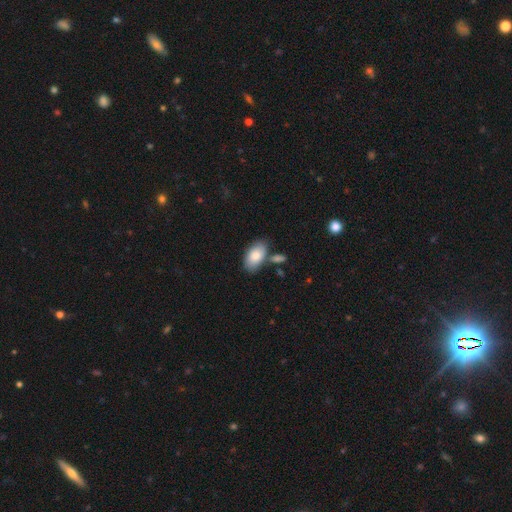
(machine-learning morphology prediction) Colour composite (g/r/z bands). It shows a smooth galaxy with no disk features (80%) that is in between round and cigar-shaped (94%). Merging: none (66%).